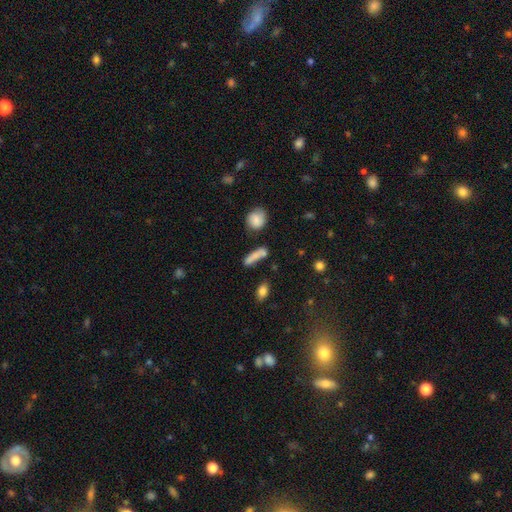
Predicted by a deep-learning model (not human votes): Smooth or featured: smooth — 73% (featured or disk — 17%)
How rounded: cigar-shaped — 63% (in between — 31%)
Merging: none — 55% (minor disturbance — 18%)